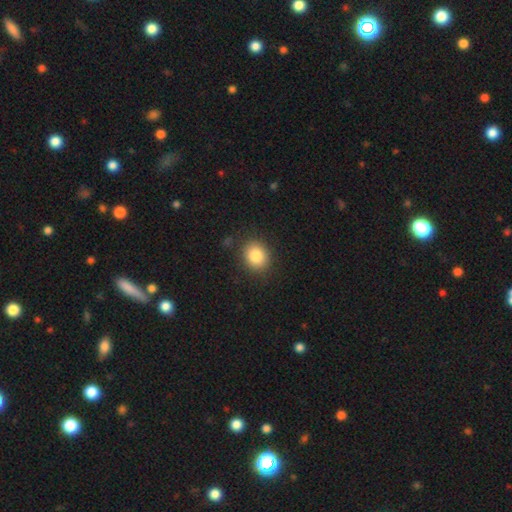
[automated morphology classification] smooth 85%, star or artifact 9%, featured or disk 6%. Down the decision tree: how rounded — round (66%); merging — none (86%).